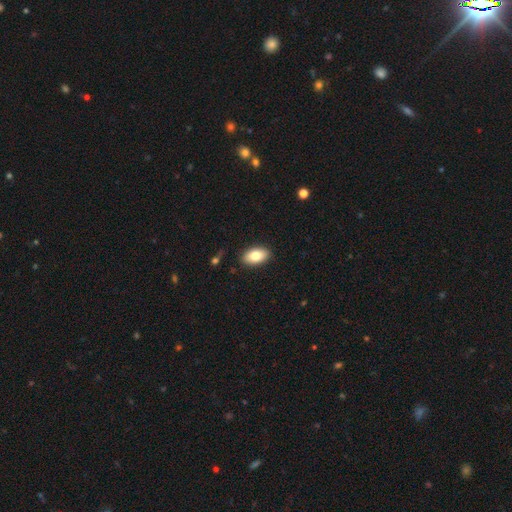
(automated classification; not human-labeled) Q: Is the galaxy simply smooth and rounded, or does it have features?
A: smooth — 81%.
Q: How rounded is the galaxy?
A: in between — 93%.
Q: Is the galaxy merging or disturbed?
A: none — 88%.